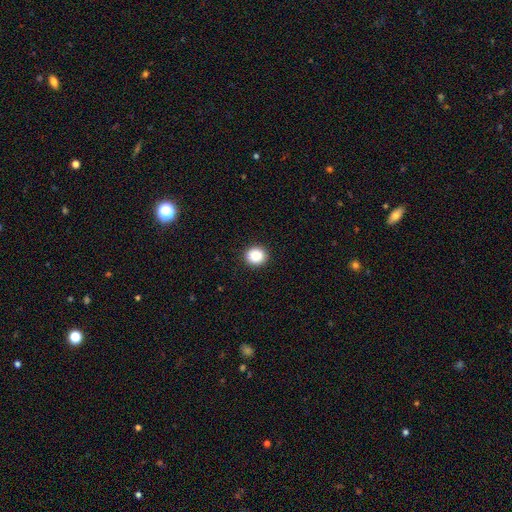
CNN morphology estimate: Smooth or featured? Predicted: smooth (p=0.89). How rounded? Predicted: round (p=0.85). Merging? Predicted: none (p=0.90).